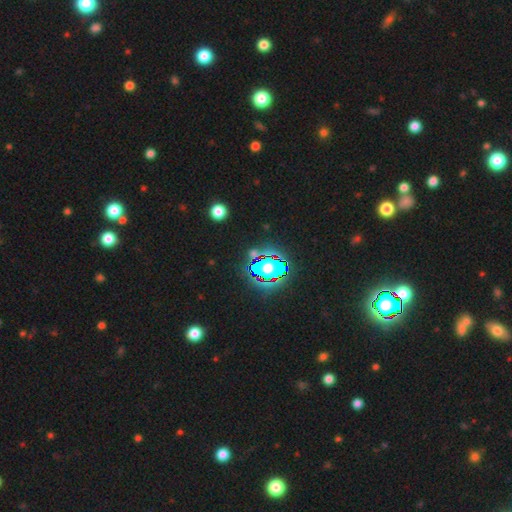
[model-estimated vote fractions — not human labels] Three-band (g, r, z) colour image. It shows a star or artifact, not a galaxy (69%).